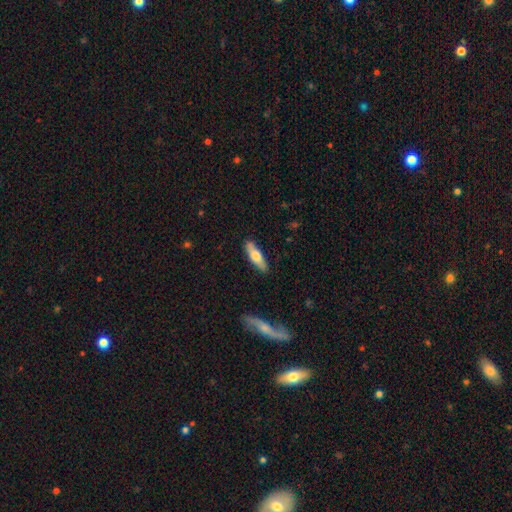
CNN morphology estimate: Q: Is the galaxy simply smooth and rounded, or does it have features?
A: smooth — 61%.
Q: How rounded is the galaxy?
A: cigar-shaped — 60%.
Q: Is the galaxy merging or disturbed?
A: none — 85%.